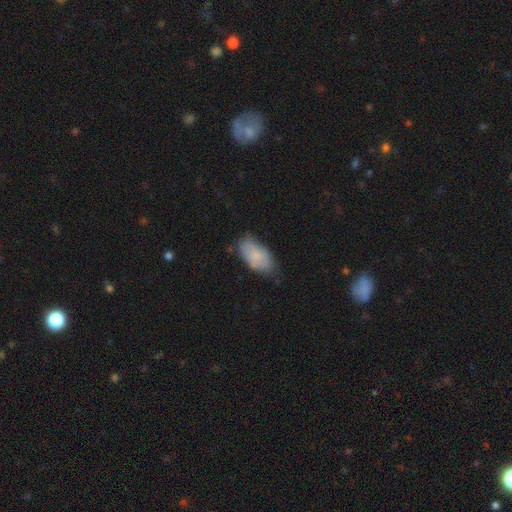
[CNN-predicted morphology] Smooth or featured? smooth (80%)
How rounded? in between (94%)
Merging? none (60%)